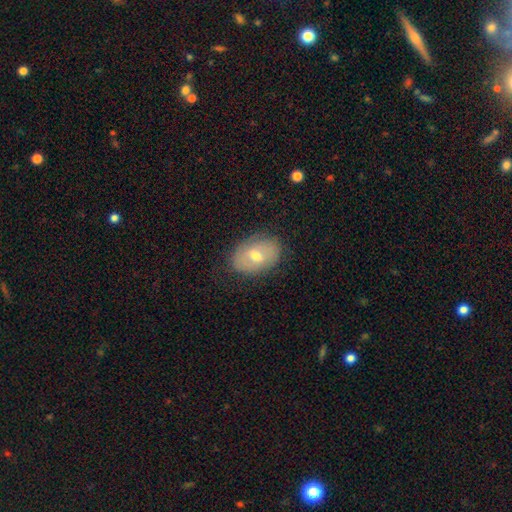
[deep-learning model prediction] Smooth or featured? Predicted: smooth (p=0.54). How rounded? Predicted: in between (p=0.80). Merging? Predicted: none (p=0.81).